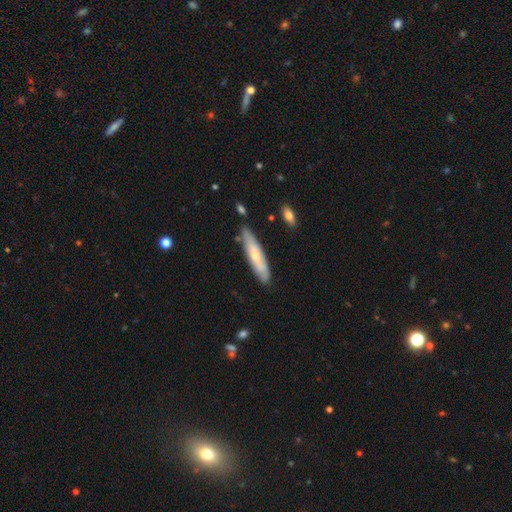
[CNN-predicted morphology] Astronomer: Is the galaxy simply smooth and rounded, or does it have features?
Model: featured or disk — 49% (runner-up: smooth, 45%).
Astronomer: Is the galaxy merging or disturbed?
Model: none — 79%.